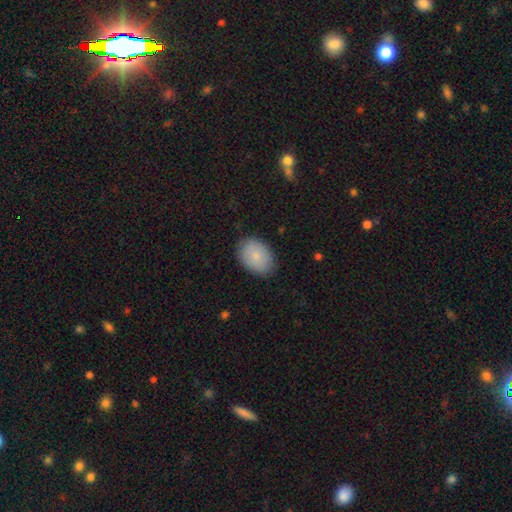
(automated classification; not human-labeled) Q: Smooth or featured?
A: smooth (85%); runner-up: featured or disk (9%)
Q: How rounded?
A: in between (82%); runner-up: round (17%)
Q: Merging?
A: none (84%); runner-up: minor disturbance (12%)